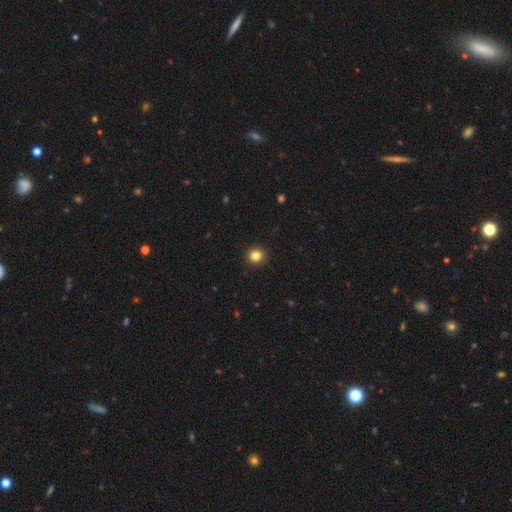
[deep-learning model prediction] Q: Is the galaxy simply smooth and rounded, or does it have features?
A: smooth — 84%.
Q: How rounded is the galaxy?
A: round — 89%.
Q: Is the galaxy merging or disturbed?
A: none — 93%.